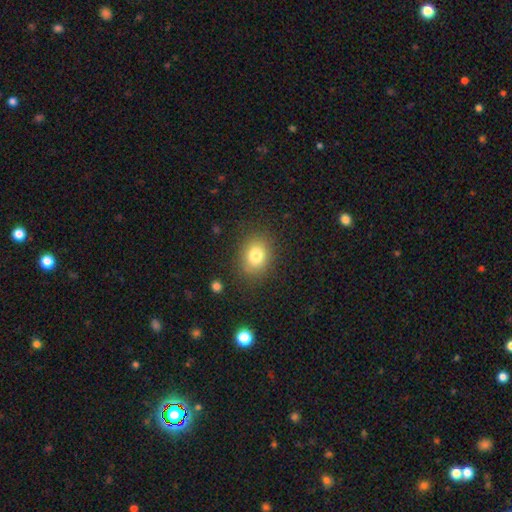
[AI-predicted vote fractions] Smooth or featured?
  - smooth: 79% *
  - star or artifact: 11%
  - featured or disk: 10%
How rounded?
  - in between: 53% *
  - round: 46%
  - cigar-shaped: 1%
Merging?
  - none: 84% *
  - minor disturbance: 11%
  - major disturbance: 4%
  - merger: 1%